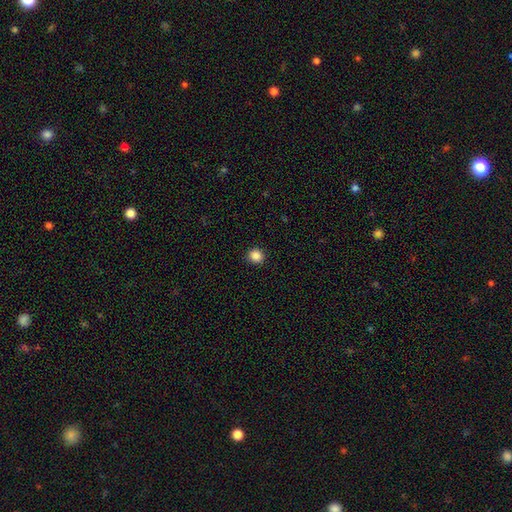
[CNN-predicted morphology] Smooth or featured?
  - smooth: 86% *
  - star or artifact: 11%
  - featured or disk: 3%
How rounded?
  - round: 89% *
  - in between: 10%
  - cigar-shaped: 1%
Merging?
  - none: 92% *
  - minor disturbance: 6%
  - major disturbance: 2%
  - merger: 1%